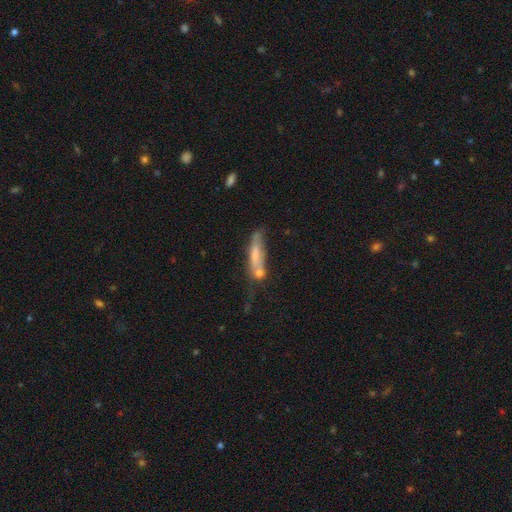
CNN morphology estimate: The model was most divided on "merging": none: 39%, merger: 27%, minor disturbance: 22%, major disturbance: 12%. More confident: how rounded — cigar-shaped (74%); smooth or featured — smooth (57%).